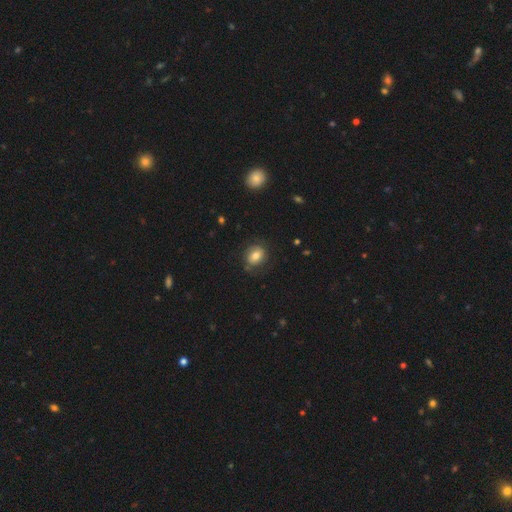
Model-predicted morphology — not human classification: This appears to be a smooth galaxy with no disk features (65%) that is round (52%). Merging: none (73%).